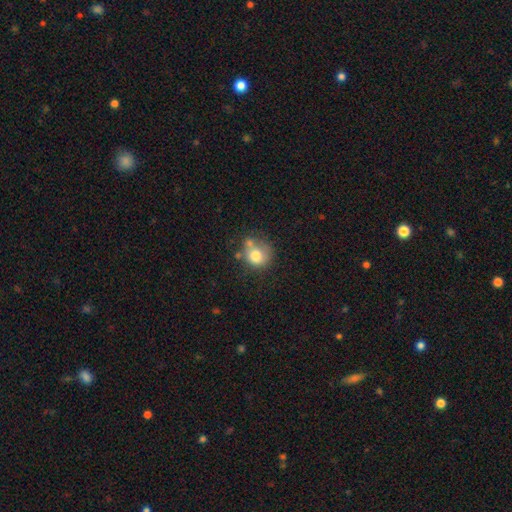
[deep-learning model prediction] A smooth galaxy with no disk features (75%) that is round (78%).

Vote fractions:
- Smooth or featured? smooth: 75% / featured or disk: 15% / star or artifact: 10%
- How rounded? round: 78% / in between: 21% / cigar-shaped: 1%
- Merging? none: 42% / merger: 25% / minor disturbance: 22% / major disturbance: 11%